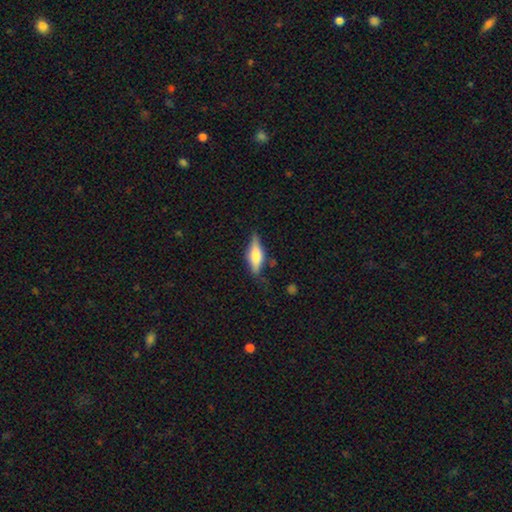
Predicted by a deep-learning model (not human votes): Smooth or featured?
  - smooth: 47% *
  - featured or disk: 46%
  - star or artifact: 7%
Merging?
  - none: 74% *
  - minor disturbance: 19%
  - major disturbance: 5%
  - merger: 2%